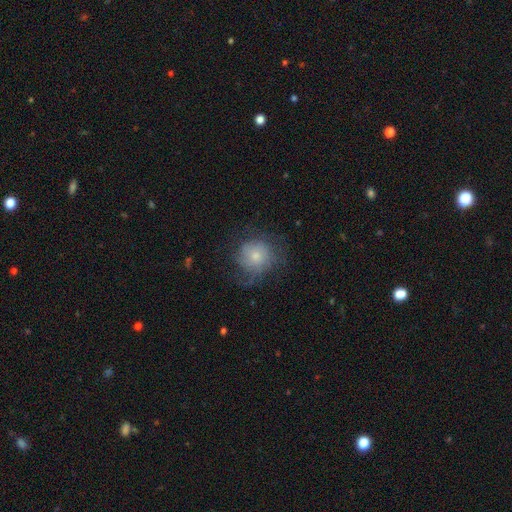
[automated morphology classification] A smooth galaxy with no disk features (56%) that is round (86%).

Vote fractions:
- Smooth or featured? smooth: 56% / featured or disk: 35% / star or artifact: 9%
- How rounded? round: 86% / in between: 13% / cigar-shaped: 1%
- Merging? none: 55% / minor disturbance: 24% / major disturbance: 20% / merger: 1%